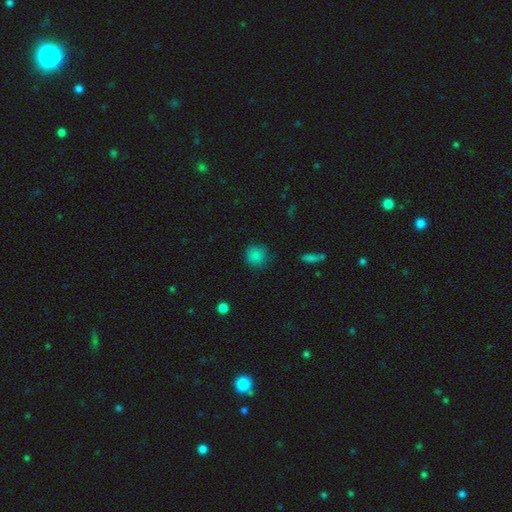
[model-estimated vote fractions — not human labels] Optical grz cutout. It shows a smooth galaxy with no disk features (84%) that is round (89%). Merging: none (78%).